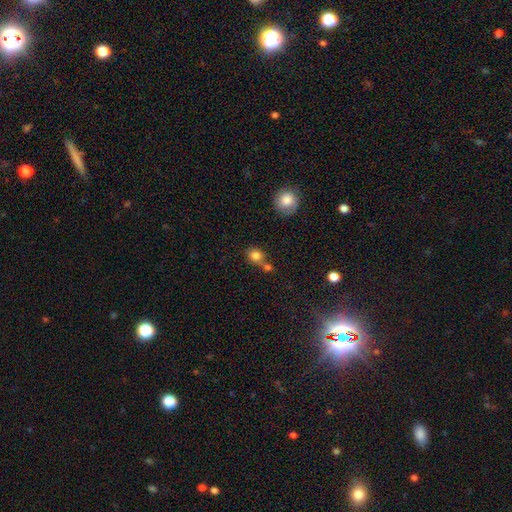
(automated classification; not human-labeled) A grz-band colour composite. It shows a smooth galaxy with no disk features (81%) that is round (77%). Merging: none (48%).